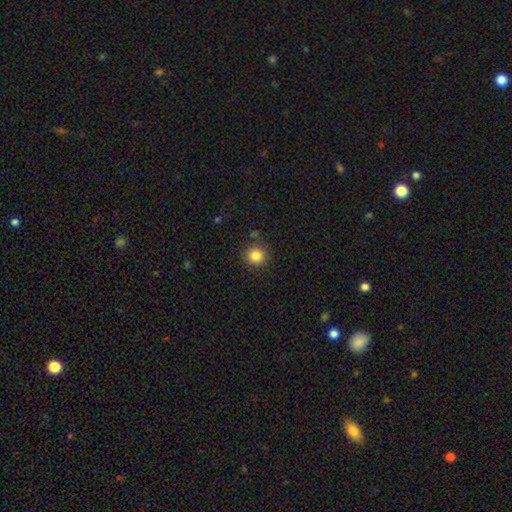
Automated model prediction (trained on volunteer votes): Smooth or featured: smooth — 85% (star or artifact — 11%)
How rounded: round — 94% (in between — 5%)
Merging: none — 84% (minor disturbance — 10%)